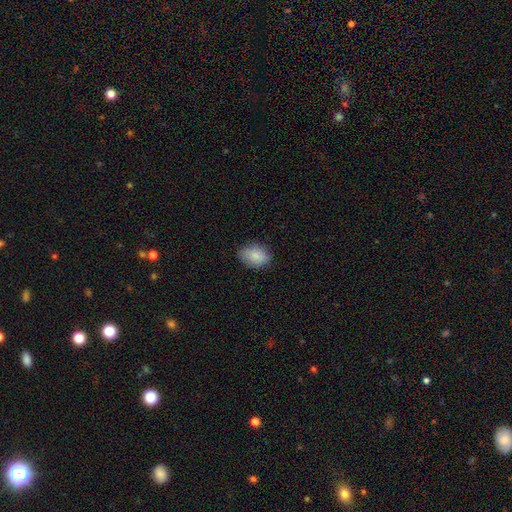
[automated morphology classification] smooth_or_featured: smooth (p=0.88) [alt: star or artifact p=0.07]
how_rounded: in between (p=0.81) [alt: round p=0.17]
merging: none (p=0.83) [alt: minor disturbance p=0.13]